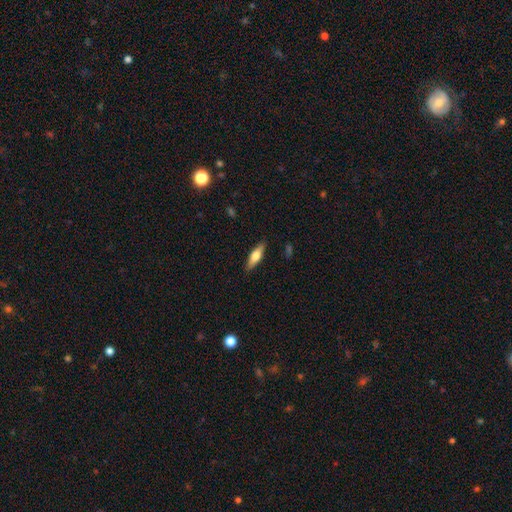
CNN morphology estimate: Q: Smooth or featured?
A: smooth (51%); runner-up: featured or disk (43%)
Q: How rounded?
A: cigar-shaped (59%); runner-up: in between (39%)
Q: Merging?
A: none (88%); runner-up: minor disturbance (9%)